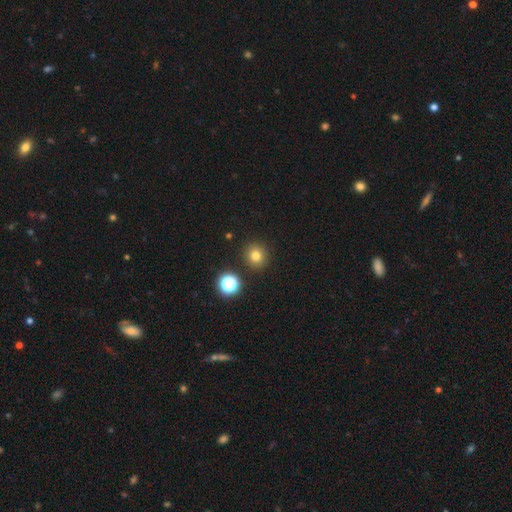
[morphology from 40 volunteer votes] Overall: smooth (80%). How rounded: round (91%). Merging: none (89%).